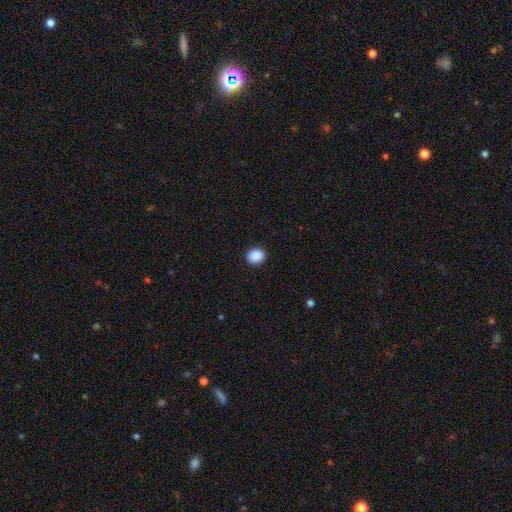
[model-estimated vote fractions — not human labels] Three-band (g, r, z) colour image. It shows a smooth galaxy with no disk features (90%) that is round (69%). Merging: none (92%).